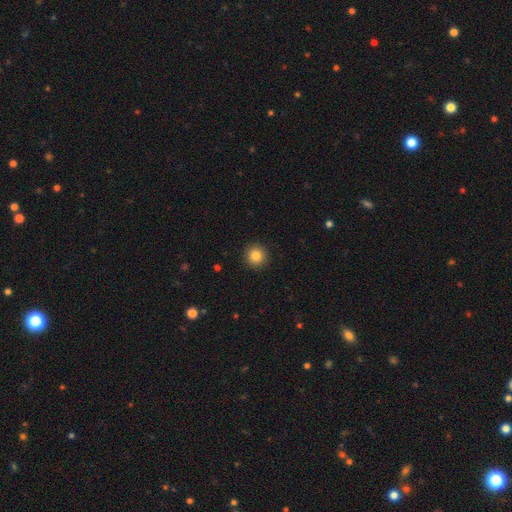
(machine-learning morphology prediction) Q: Smooth or featured?
A: smooth (84%); runner-up: star or artifact (11%)
Q: How rounded?
A: round (94%); runner-up: in between (5%)
Q: Merging?
A: none (93%); runner-up: minor disturbance (5%)